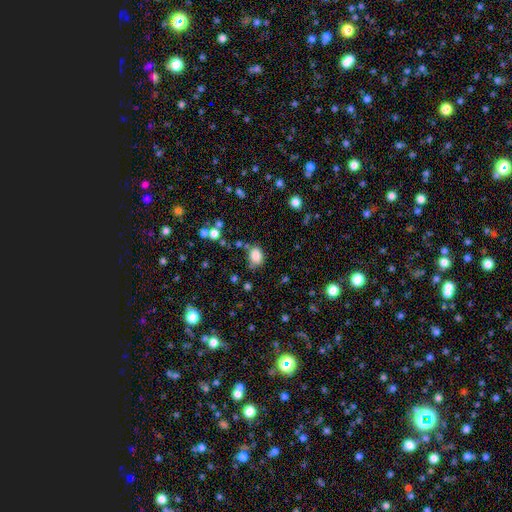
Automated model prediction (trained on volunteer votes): smooth 84%, star or artifact 10%, featured or disk 5%. Down the decision tree: how rounded — in between (70%); merging — none (65%).